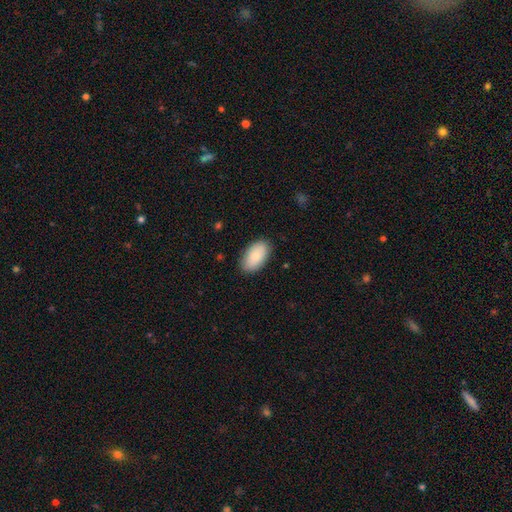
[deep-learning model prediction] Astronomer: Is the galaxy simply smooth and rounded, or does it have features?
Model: smooth — 86%.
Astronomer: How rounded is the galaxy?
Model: in between — 95%.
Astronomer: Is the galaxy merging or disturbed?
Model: none — 86%.